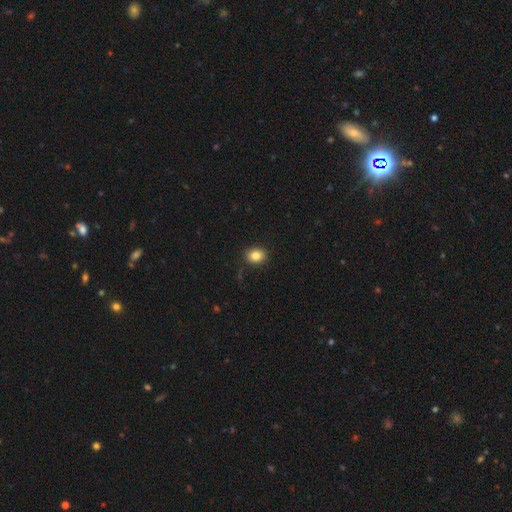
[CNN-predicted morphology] type=smooth (84%); roundness=round (51%); merging=none (88%).